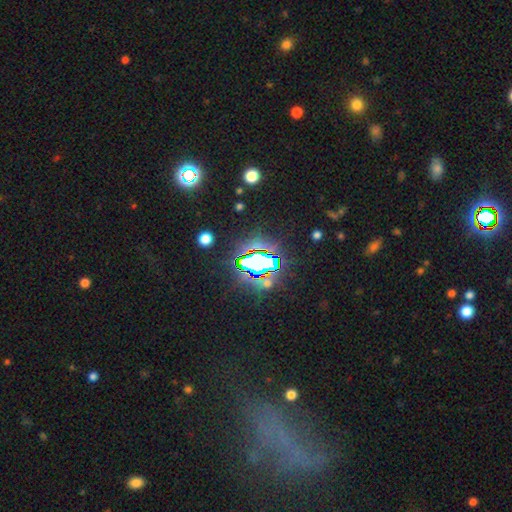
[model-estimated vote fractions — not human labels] Smooth or featured?
  - star or artifact: 70% *
  - smooth: 19%
  - featured or disk: 11%